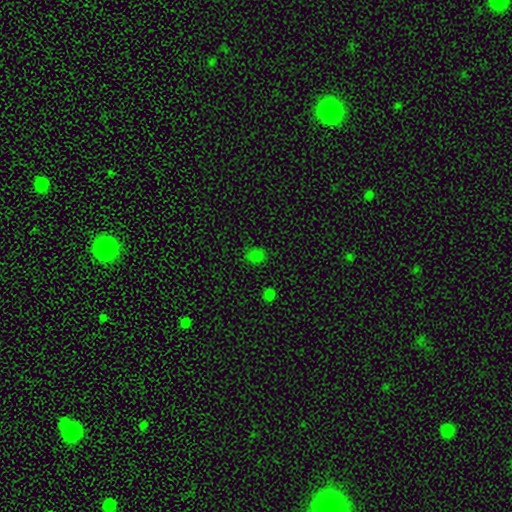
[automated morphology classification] Smooth or featured? smooth (75%)
How rounded? round (67%)
Merging? none (84%)